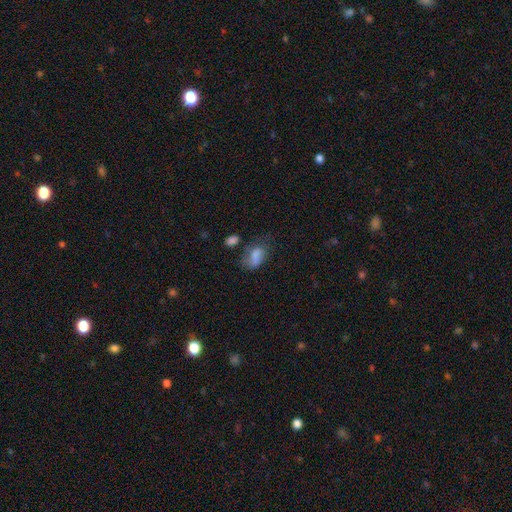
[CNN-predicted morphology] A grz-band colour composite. It shows a smooth galaxy with no disk features (74%) that is in between round and cigar-shaped (87%). Merging: none (38%).